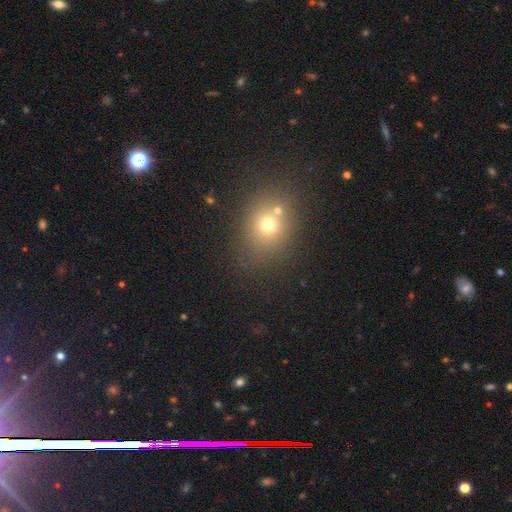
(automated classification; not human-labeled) smooth_or_featured: smooth (p=0.57) [alt: star or artifact p=0.31]
how_rounded: round (p=0.60) [alt: in between p=0.39]
merging: none (p=0.71) [alt: merger p=0.16]